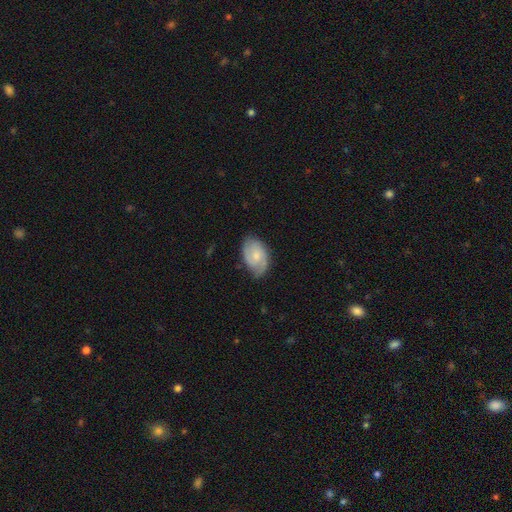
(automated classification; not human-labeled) Morphology: type=featured or disk (50%); edge-on=no (95%); merging=none (66%).